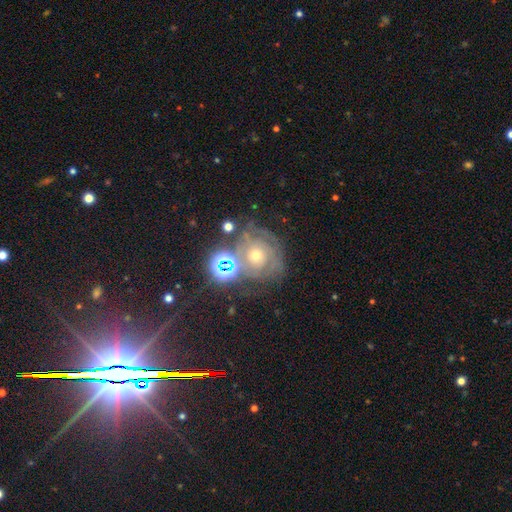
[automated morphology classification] This appears to be a featured or disk galaxy (63%) with no bar (82%), tight (68%) spiral arms (85%) and a moderate central bulge (48%). Merging: none (56%).